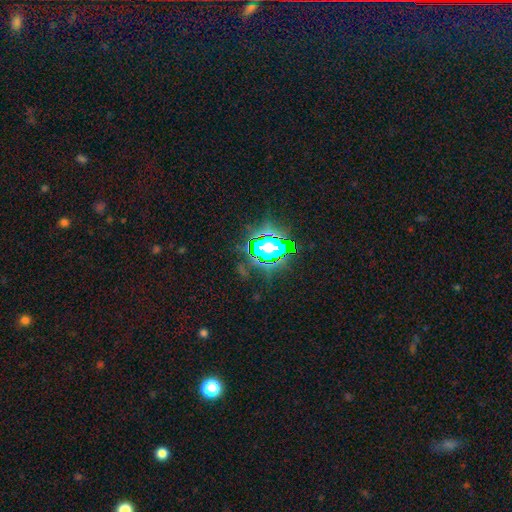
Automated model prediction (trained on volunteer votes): Q: Smooth or featured?
A: star or artifact (81%); runner-up: smooth (12%)